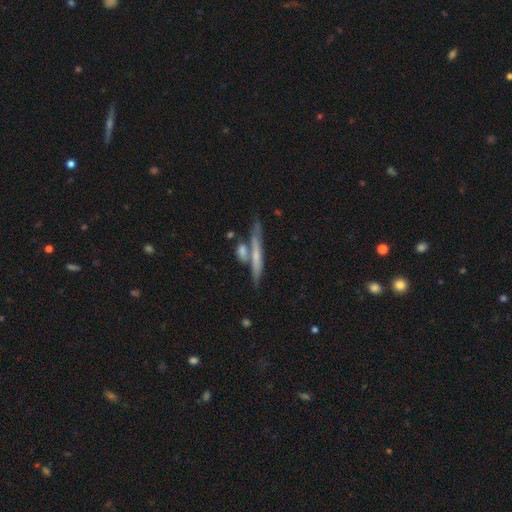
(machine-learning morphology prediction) Smooth or featured? Predicted: featured or disk (p=0.47). Merging? Predicted: none (p=0.62).